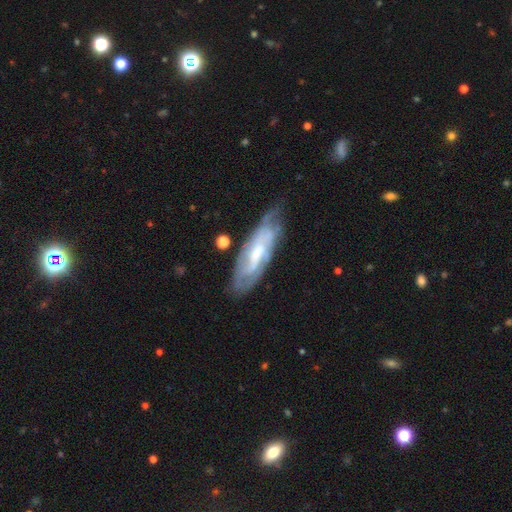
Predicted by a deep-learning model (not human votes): Morphology: type=featured or disk (75%); edge-on=no (79%); bar=weak (44%); spiral arms=yes (86%); winding=tight (55%); arm count=can't tell (49%); bulge=moderate (44%); merging=none (67%).